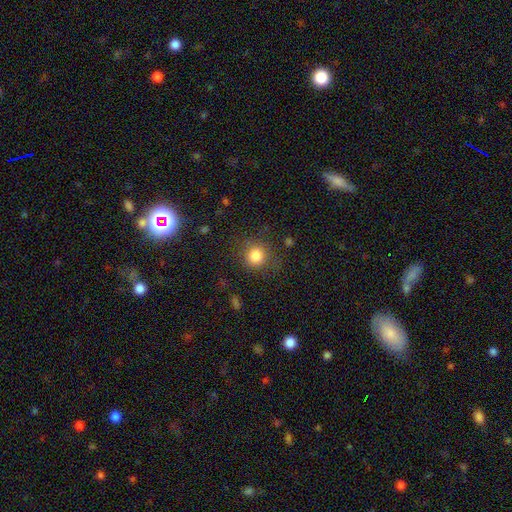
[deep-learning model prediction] A smooth galaxy with no disk features (83%) that is round (87%). Merging: none (80%).